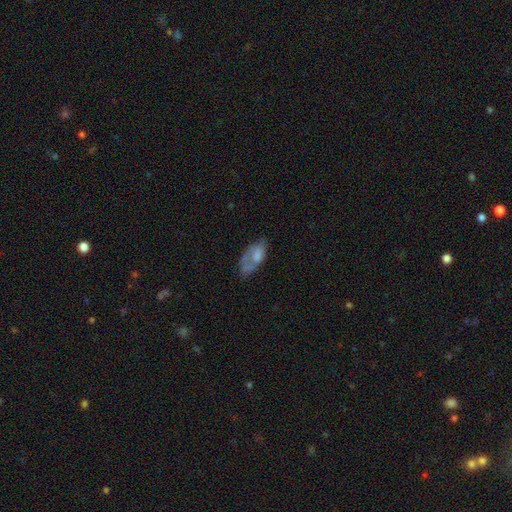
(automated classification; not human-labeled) The model was most divided on "merging": none: 36%, minor disturbance: 29%, major disturbance: 28%, merger: 6%. More confident: how rounded — in between (90%); smooth or featured — smooth (59%).